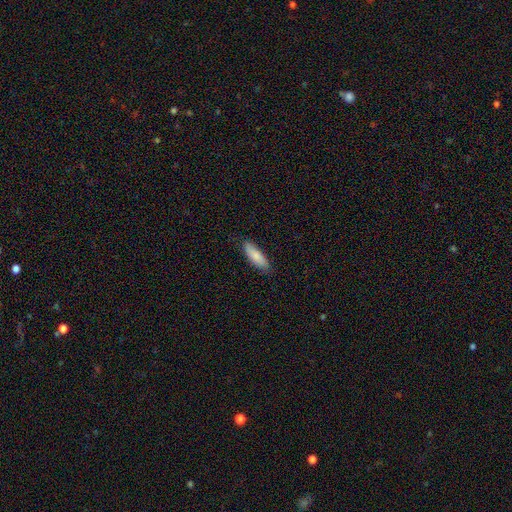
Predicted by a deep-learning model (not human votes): Smooth or featured: smooth — 84% (featured or disk — 11%)
How rounded: in between — 52% (cigar-shaped — 46%)
Merging: none — 83% (minor disturbance — 14%)